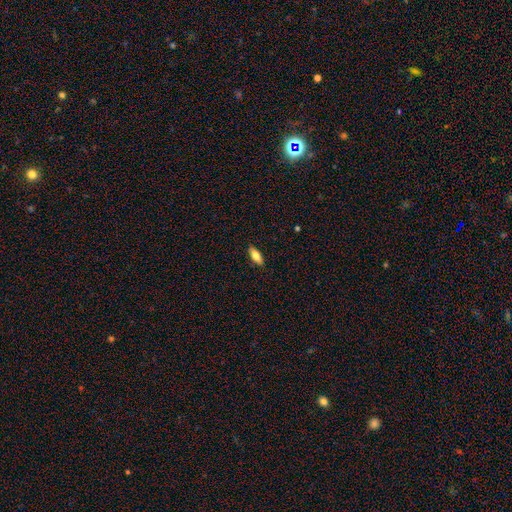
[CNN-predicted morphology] This appears to be a smooth galaxy with no disk features (73%) that is in between round and cigar-shaped (76%). Merging: none (89%).